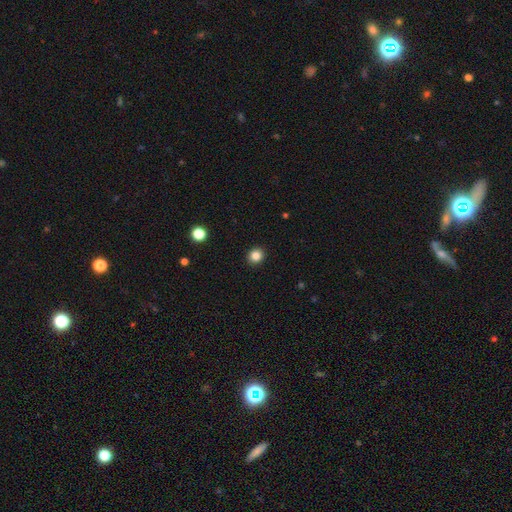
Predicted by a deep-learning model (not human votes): A smooth galaxy with no disk features (84%) that is round (87%). Merging: none (93%).